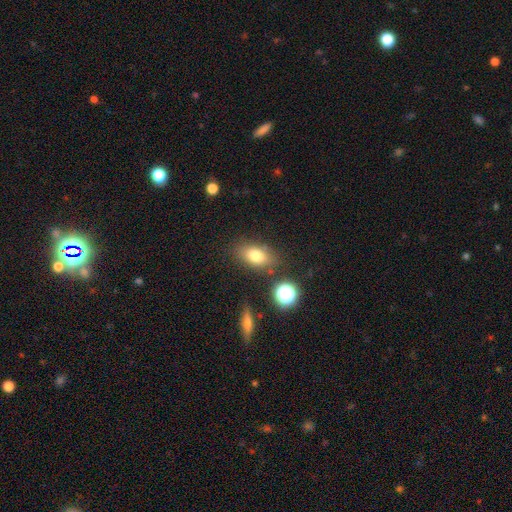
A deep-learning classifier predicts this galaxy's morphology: Smooth or featured: smooth — 76% (featured or disk — 12%)
How rounded: in between — 81% (round — 15%)
Merging: none — 78% (minor disturbance — 13%)